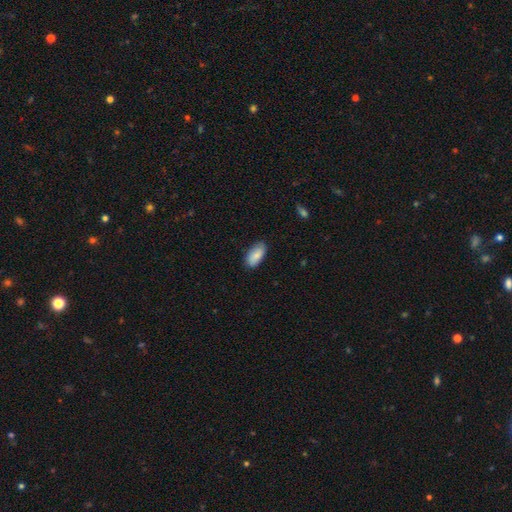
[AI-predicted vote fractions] Smooth or featured? smooth (84%)
How rounded? in between (93%)
Merging? none (82%)